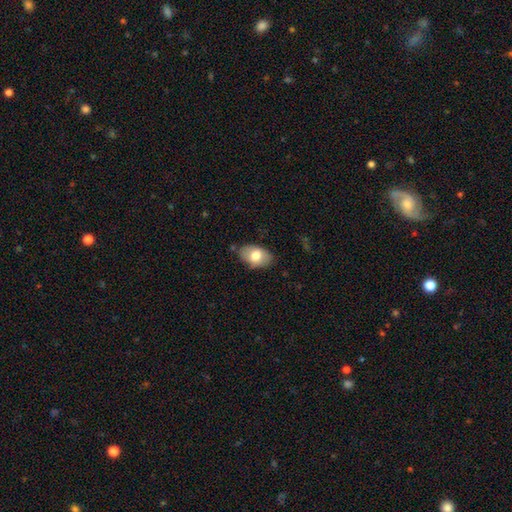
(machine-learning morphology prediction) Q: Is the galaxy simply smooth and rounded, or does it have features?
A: smooth — 76%.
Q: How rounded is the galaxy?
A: in between — 90%.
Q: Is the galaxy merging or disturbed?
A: none — 78%.